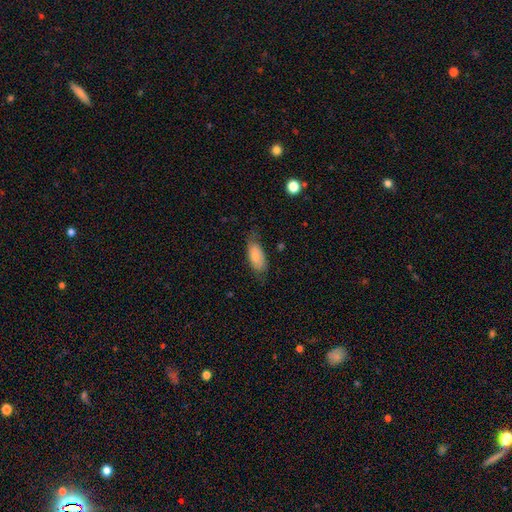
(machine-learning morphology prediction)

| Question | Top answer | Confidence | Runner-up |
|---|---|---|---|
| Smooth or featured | smooth | 80% | featured or disk (14%) |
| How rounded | in between | 86% | cigar-shaped (12%) |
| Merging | none | 64% | minor disturbance (27%) |